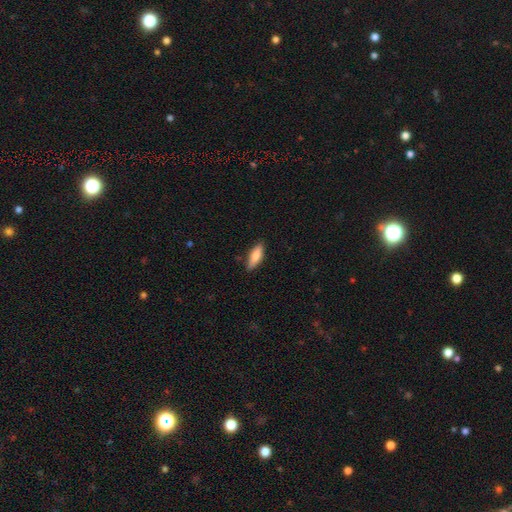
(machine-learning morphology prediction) type=smooth (81%); roundness=in between (57%); merging=none (84%).